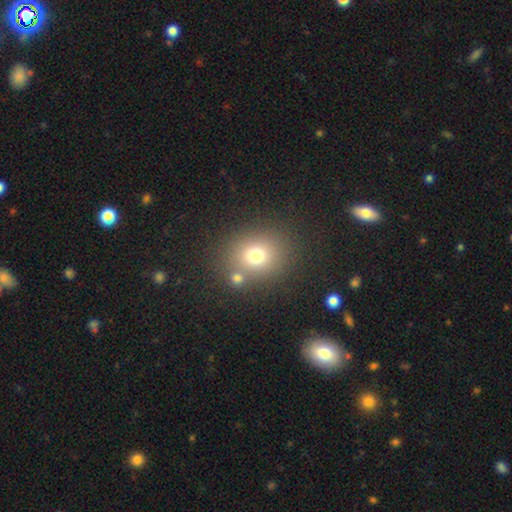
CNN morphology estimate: Overall: smooth (74%). How rounded: round (70%; in between 30%). Merging: none (73%).